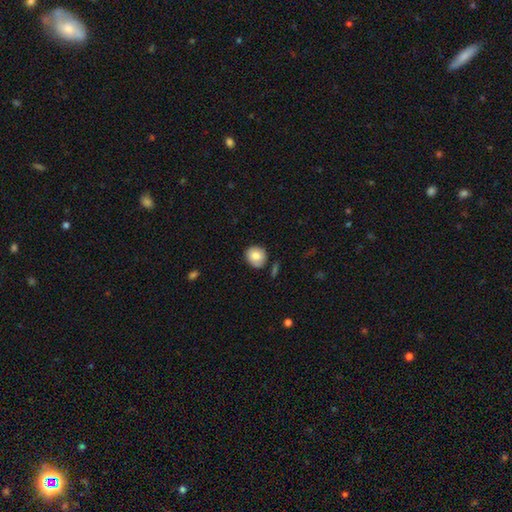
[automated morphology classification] Smooth or featured?
  - smooth: 81% *
  - featured or disk: 12%
  - star or artifact: 8%
How rounded?
  - round: 86% *
  - in between: 13%
  - cigar-shaped: 1%
Merging?
  - none: 79% *
  - minor disturbance: 15%
  - merger: 4%
  - major disturbance: 3%